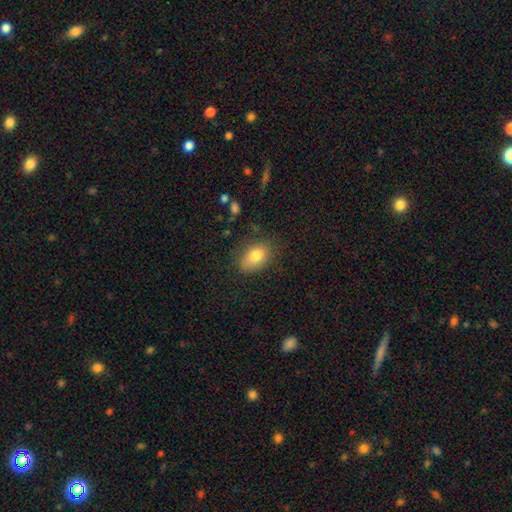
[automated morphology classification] This appears to be a smooth galaxy with no disk features (81%) that is in between round and cigar-shaped (83%). Merging: none (74%).